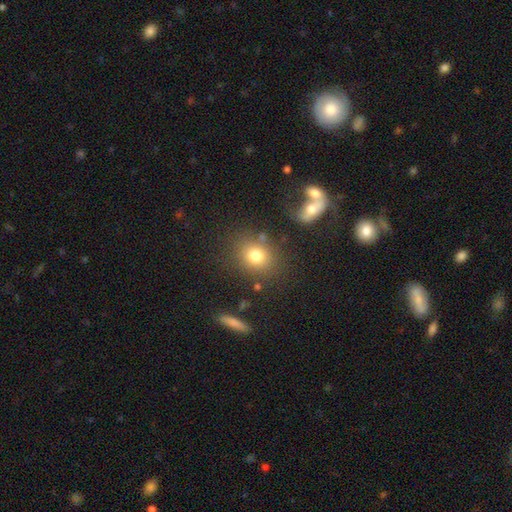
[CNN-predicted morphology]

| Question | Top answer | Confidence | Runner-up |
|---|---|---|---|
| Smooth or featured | smooth | 77% | star or artifact (13%) |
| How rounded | round | 67% | in between (31%) |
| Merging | none | 77% | minor disturbance (11%) |